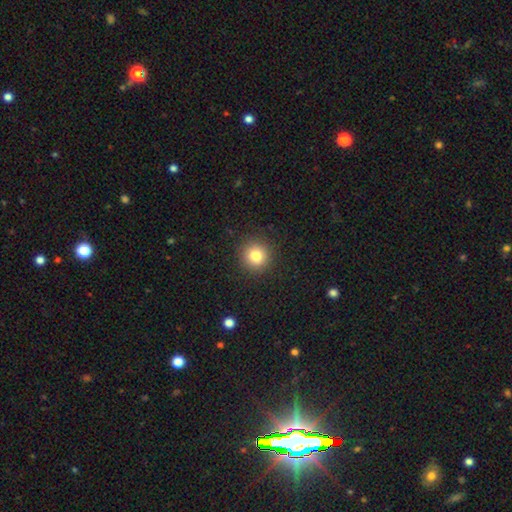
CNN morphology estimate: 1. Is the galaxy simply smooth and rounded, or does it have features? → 80% smooth, 13% star or artifact, 8% featured or disk.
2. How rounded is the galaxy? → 94% round, 5% in between, 1% cigar-shaped.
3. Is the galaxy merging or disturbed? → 91% none, 6% minor disturbance, 2% major disturbance, 1% merger.